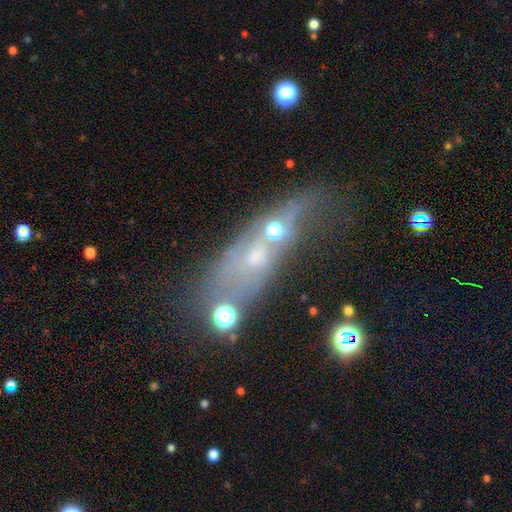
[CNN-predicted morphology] Overall: featured or disk (42%; smooth 37%). Merging: merger (42%; none 27%).